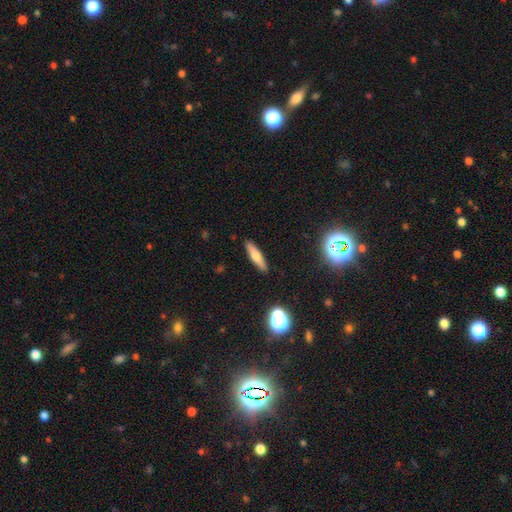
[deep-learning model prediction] Smooth or featured? smooth (58%)
How rounded? cigar-shaped (76%)
Merging? none (90%)